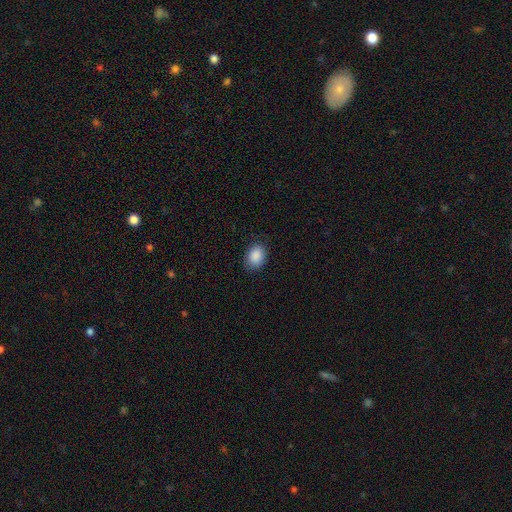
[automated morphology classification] Smooth or featured? Predicted: smooth (p=0.89). How rounded? Predicted: in between (p=0.68). Merging? Predicted: none (p=0.83).